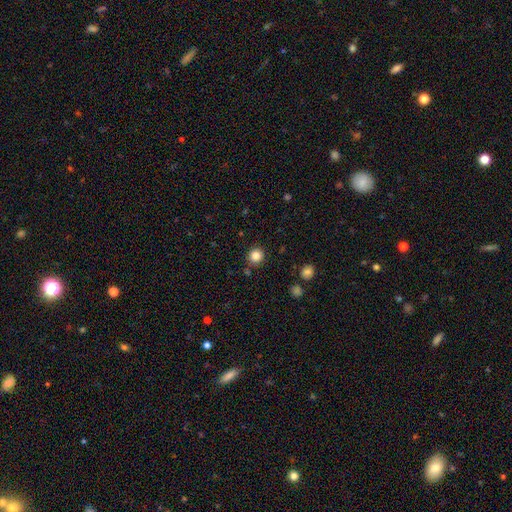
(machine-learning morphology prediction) Smooth or featured?
  - smooth: 84% *
  - star or artifact: 12%
  - featured or disk: 5%
How rounded?
  - round: 93% *
  - in between: 6%
  - cigar-shaped: 1%
Merging?
  - none: 88% *
  - minor disturbance: 7%
  - merger: 3%
  - major disturbance: 2%